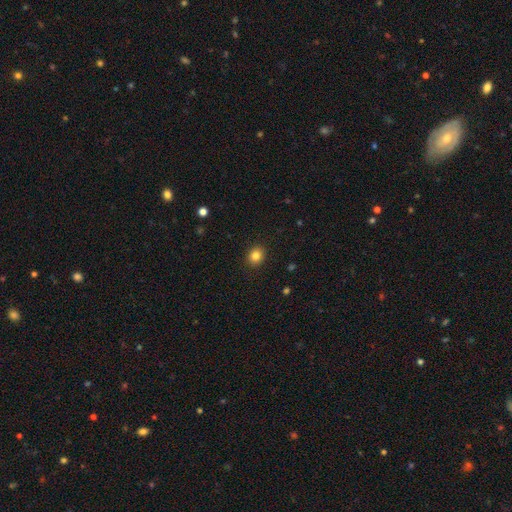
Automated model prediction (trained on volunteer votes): Smooth or featured? smooth (83%)
How rounded? round (68%)
Merging? none (91%)